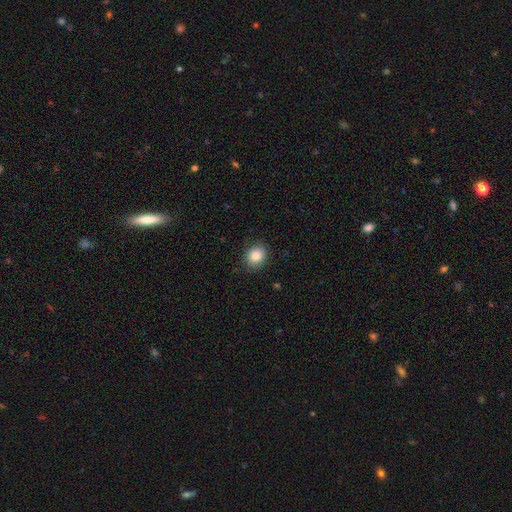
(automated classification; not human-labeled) This is clearly a smooth galaxy (86%). How rounded: possibly round (60%). Merging: clearly none (87%).